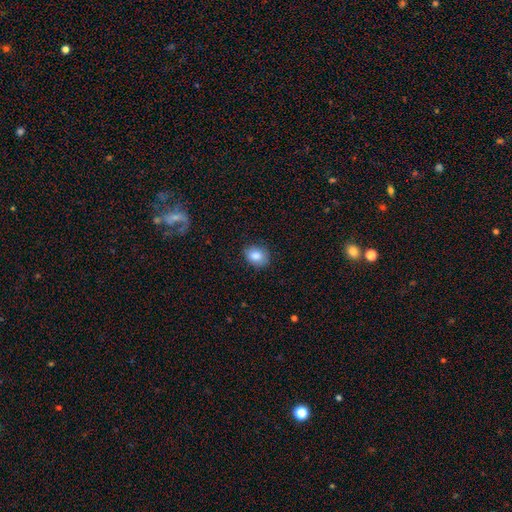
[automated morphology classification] A smooth galaxy with no disk features (86%) that is in between round and cigar-shaped (52%). Merging: none (83%).